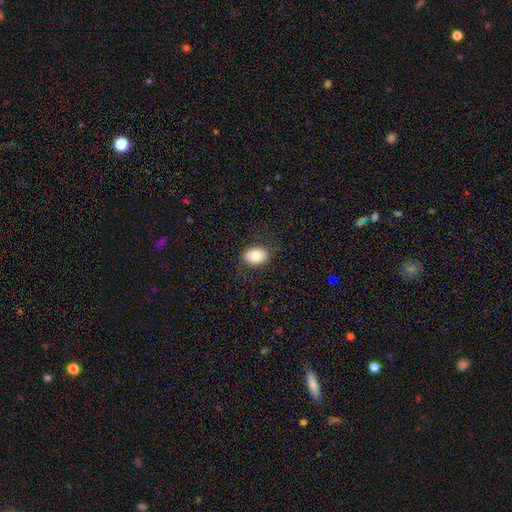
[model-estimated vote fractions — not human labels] This appears to be a smooth galaxy with no disk features (80%) that is in between round and cigar-shaped (71%). Merging: none (86%).